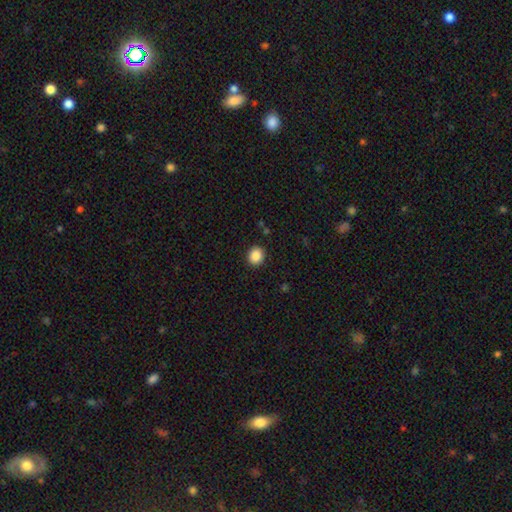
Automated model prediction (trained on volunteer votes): Q: Smooth or featured?
A: smooth (88%); runner-up: star or artifact (9%)
Q: How rounded?
A: round (80%); runner-up: in between (19%)
Q: Merging?
A: none (91%); runner-up: minor disturbance (6%)